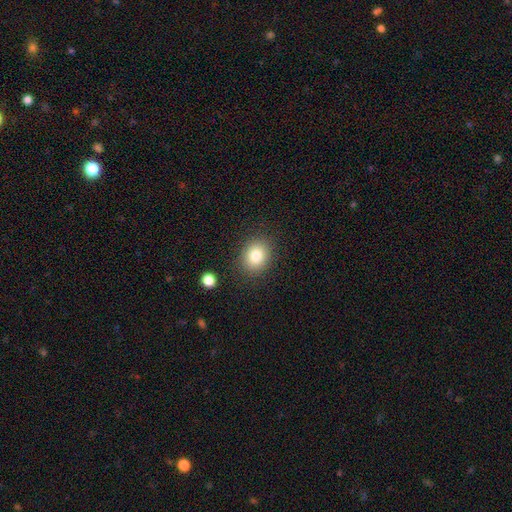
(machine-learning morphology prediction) smooth 82%, star or artifact 10%, featured or disk 8%. Down the decision tree: how rounded — round (57%); merging — none (85%).